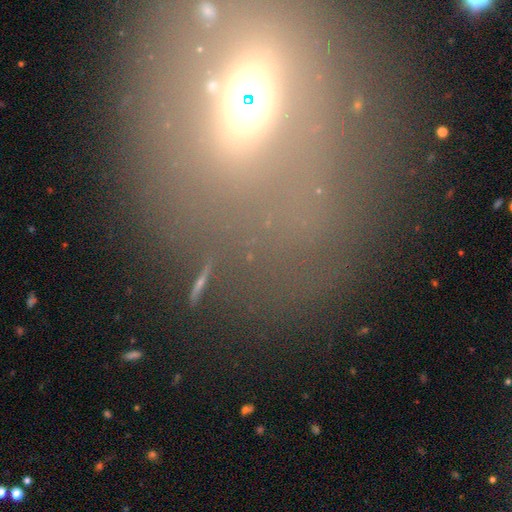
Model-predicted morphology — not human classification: smooth_or_featured: star or artifact (p=0.40) [alt: smooth p=0.37]